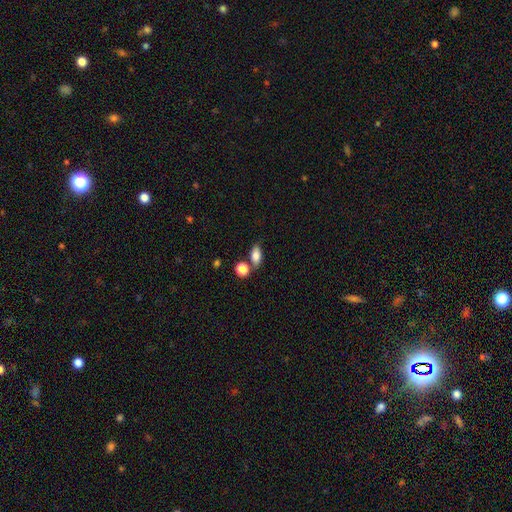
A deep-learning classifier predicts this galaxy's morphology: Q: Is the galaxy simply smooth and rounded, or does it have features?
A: smooth — 82%.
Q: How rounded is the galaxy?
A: in between — 82%.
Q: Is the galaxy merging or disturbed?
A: none — 67%.